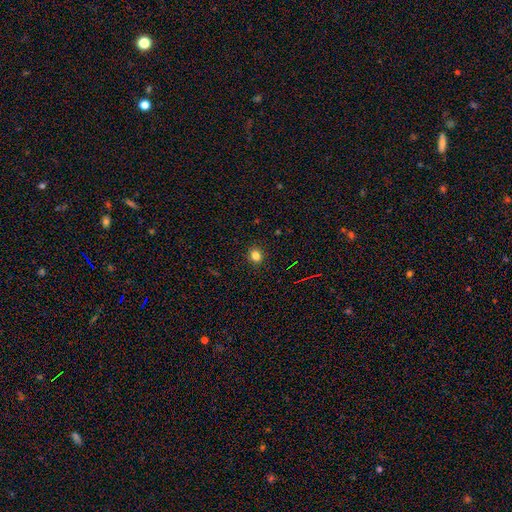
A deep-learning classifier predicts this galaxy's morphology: Smooth or featured? Predicted: smooth (p=0.80). How rounded? Predicted: round (p=0.72). Merging? Predicted: none (p=0.90).